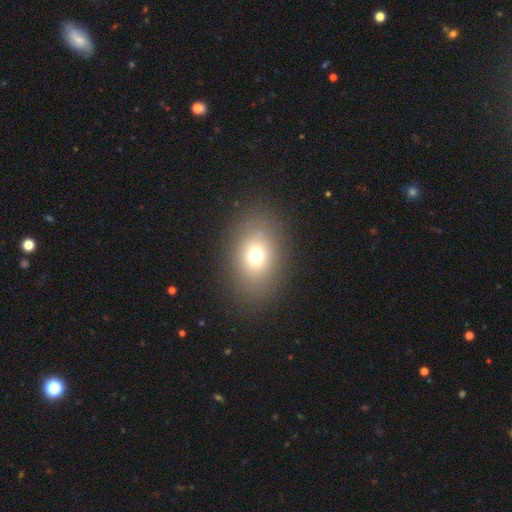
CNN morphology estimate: smooth-or-featured: smooth: 71% | star or artifact: 15% | featured or disk: 15%
  how-rounded: in between: 69% | round: 30% | cigar-shaped: 1%
  merging: none: 85% | minor disturbance: 9% | major disturbance: 5% | merger: 1%